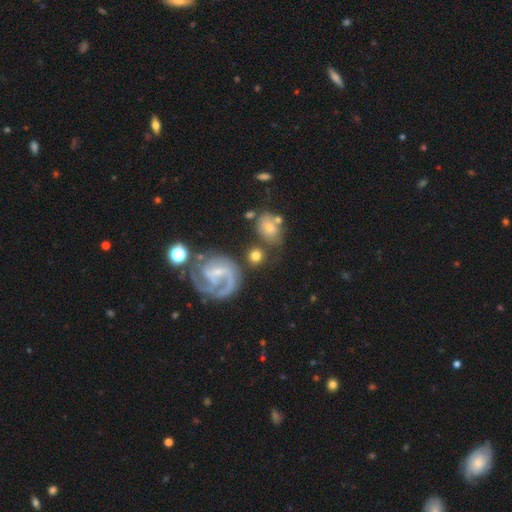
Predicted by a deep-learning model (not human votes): smooth_or_featured: featured or disk (p=0.62) [alt: smooth p=0.27]
disk_edge_on: no (p=0.96) [alt: yes p=0.04]
bar: weak (p=0.43) [alt: no p=0.38]
has_spiral_arms: yes (p=0.88) [alt: no p=0.12]
spiral_winding: medium (p=0.43) [alt: tight p=0.38]
spiral_arm_count: 2 (p=0.45) [alt: 1 p=0.22]
bulge_size: small (p=0.66) [alt: moderate p=0.20]
merging: none (p=0.58) [alt: minor disturbance p=0.18]